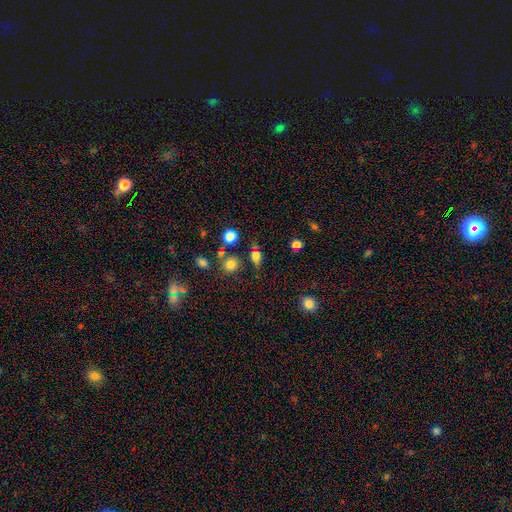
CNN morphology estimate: Smooth or featured: smooth — 68% (featured or disk — 17%)
How rounded: in between — 53% (round — 36%)
Merging: none — 71% (minor disturbance — 16%)